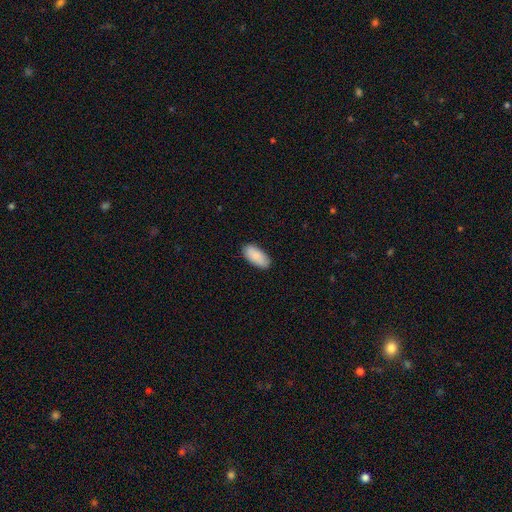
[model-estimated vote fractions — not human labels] Overall: smooth (88%). How rounded: in between (91%). Merging: none (86%).